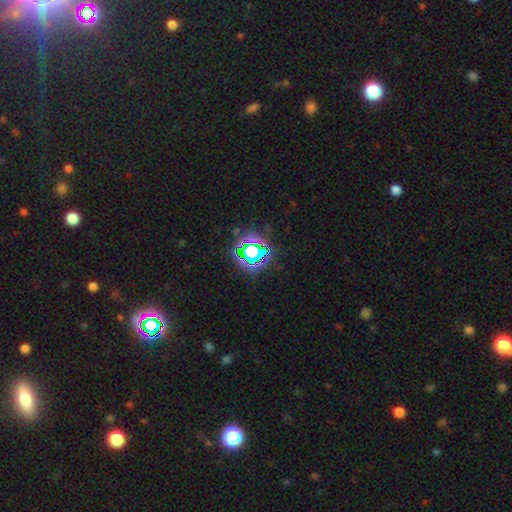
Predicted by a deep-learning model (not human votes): A star or artifact, not a galaxy (66%).

Vote fractions:
- Smooth or featured? star or artifact: 66% / smooth: 19% / featured or disk: 14%